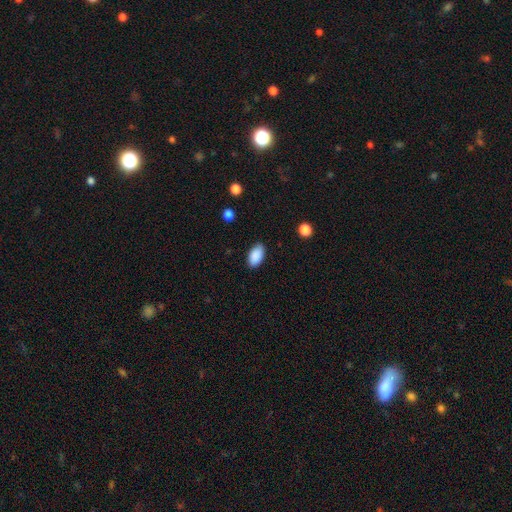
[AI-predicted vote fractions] The model was most divided on "merging": none: 85%, minor disturbance: 11%, major disturbance: 2%, merger: 1%. More confident: how rounded — in between (94%); smooth or featured — smooth (90%).